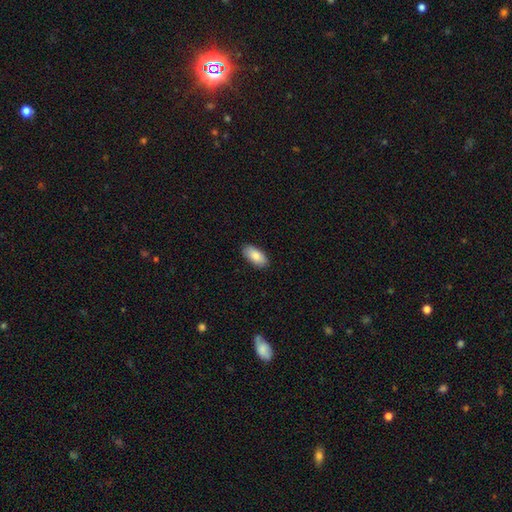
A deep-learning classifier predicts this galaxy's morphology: Q: Smooth or featured?
A: smooth (86%); runner-up: featured or disk (8%)
Q: How rounded?
A: in between (92%); runner-up: cigar-shaped (6%)
Q: Merging?
A: none (88%); runner-up: minor disturbance (9%)